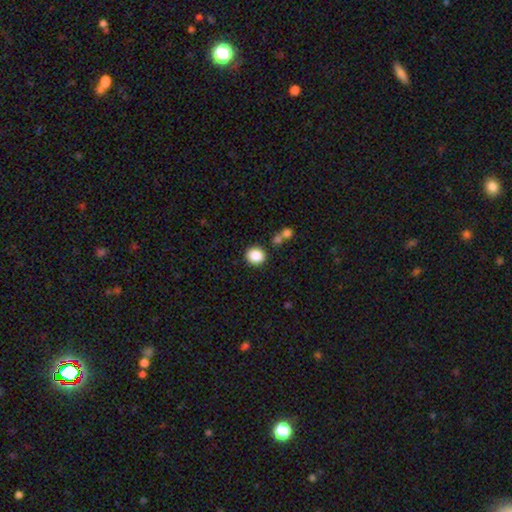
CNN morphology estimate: Smooth or featured: smooth — 87% (star or artifact — 9%)
How rounded: round — 81% (in between — 18%)
Merging: none — 83% (minor disturbance — 8%)